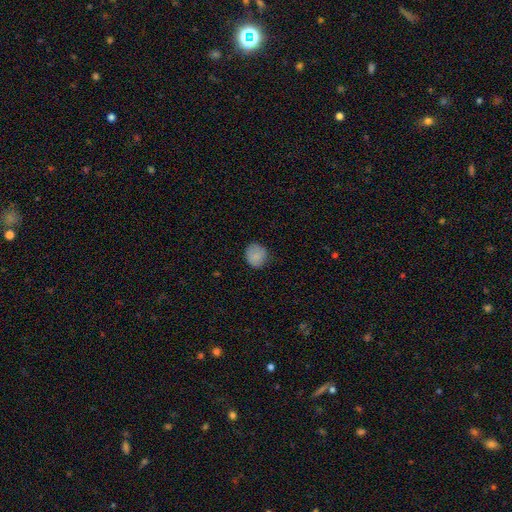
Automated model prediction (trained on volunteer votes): Smooth or featured? smooth (84%)
How rounded? round (80%)
Merging? none (82%)